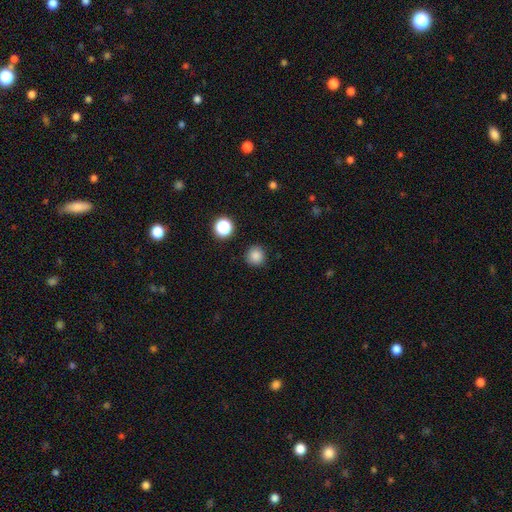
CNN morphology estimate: Smooth or featured? smooth (85%)
How rounded? round (94%)
Merging? none (90%)